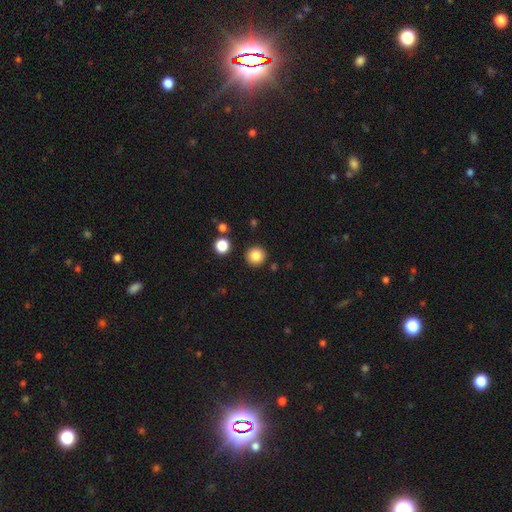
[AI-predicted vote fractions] The model was most divided on "smooth or featured": smooth: 85%, star or artifact: 10%, featured or disk: 5%. More confident: how rounded — round (94%); merging — none (91%).